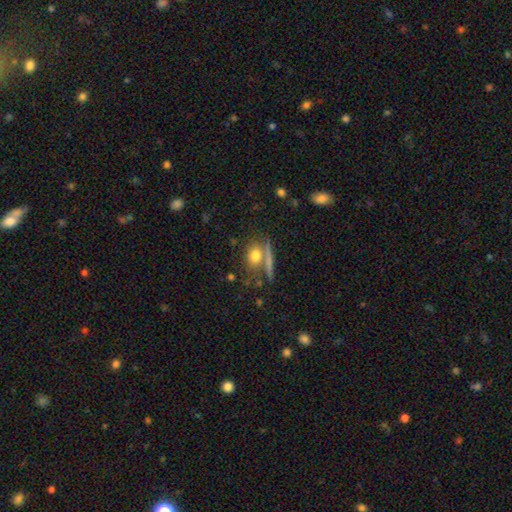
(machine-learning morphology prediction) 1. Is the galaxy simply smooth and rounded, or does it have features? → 75% smooth, 15% featured or disk, 10% star or artifact.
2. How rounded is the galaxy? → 49% in between, 42% round, 9% cigar-shaped.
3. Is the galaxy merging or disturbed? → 57% none, 24% merger, 13% minor disturbance, 6% major disturbance.